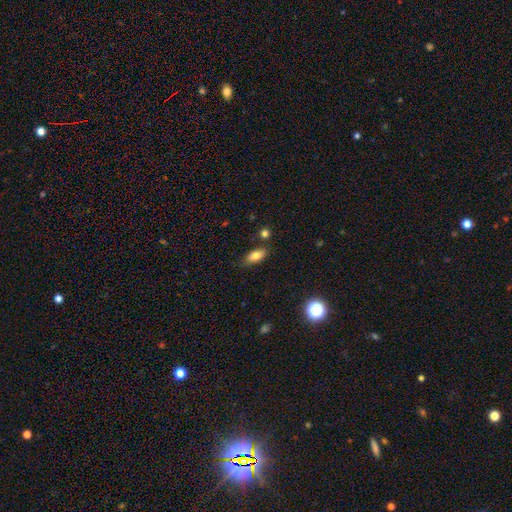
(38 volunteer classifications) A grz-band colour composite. It shows a smooth galaxy with no disk features (84%) that is in between round and cigar-shaped (94%). Merging: none (76%).